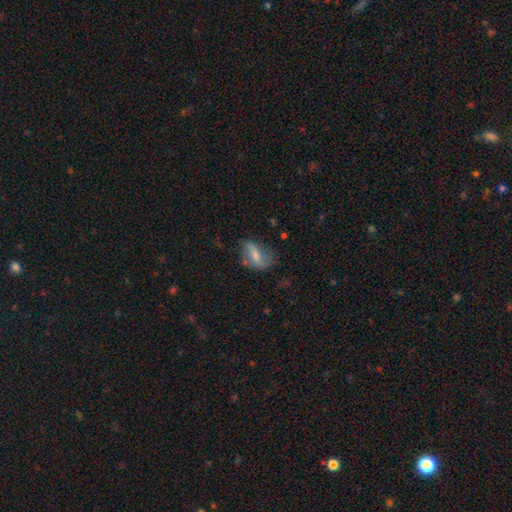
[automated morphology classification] smooth-or-featured: smooth: 50% | featured or disk: 41% | star or artifact: 9%
  how-rounded: in between: 80% | cigar-shaped: 11% | round: 9%
  merging: none: 47% | minor disturbance: 30% | major disturbance: 19% | merger: 4%